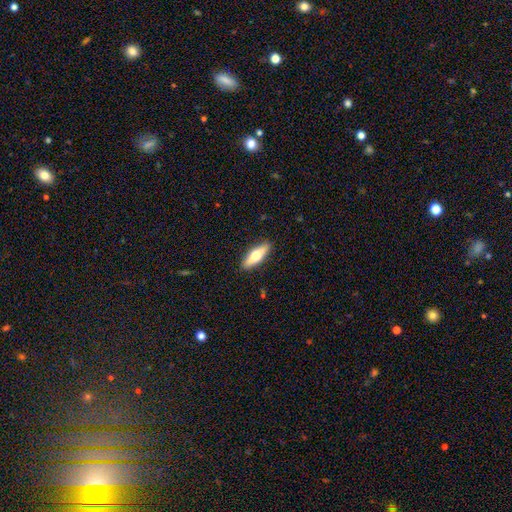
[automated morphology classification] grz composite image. It shows a smooth galaxy with no disk features (56%) that is in between round and cigar-shaped (52%). Merging: none (89%).